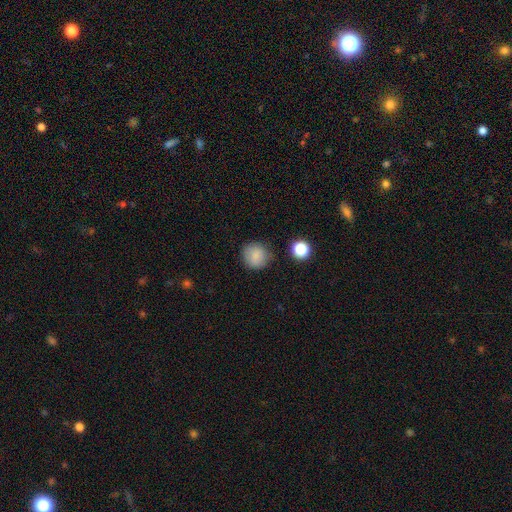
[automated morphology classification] This is clearly a smooth galaxy (84%). How rounded: clearly round (91%). Merging: clearly none (83%).